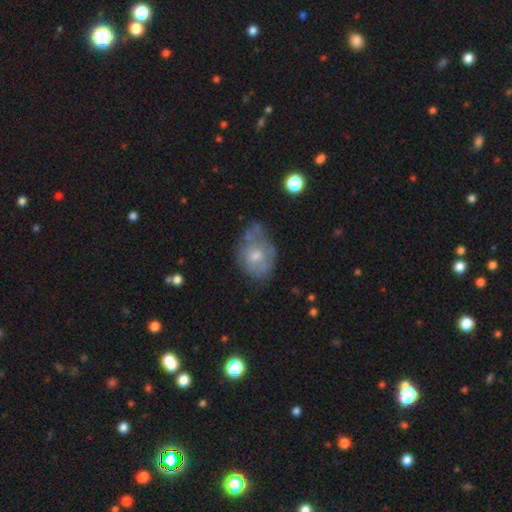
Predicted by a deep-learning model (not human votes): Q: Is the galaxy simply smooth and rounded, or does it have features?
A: smooth — 47%.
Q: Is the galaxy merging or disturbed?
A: none — 44%.